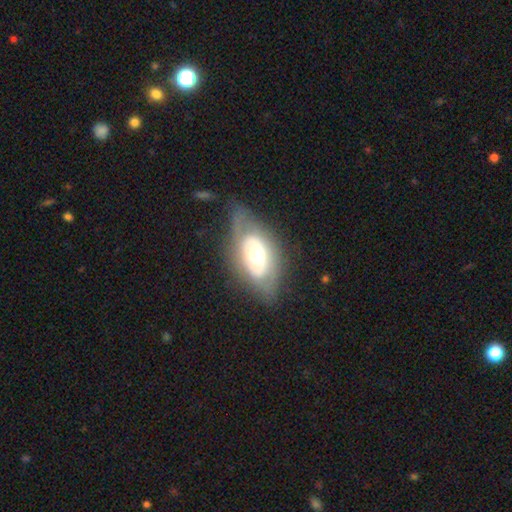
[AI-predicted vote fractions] featured or disk 62%, smooth 31%, star or artifact 7%. Down the decision tree: edge-on disk — no (89%); bar — no (75%); spiral arms — no (59%); bulge size — moderate (60%); merging — none (58%).